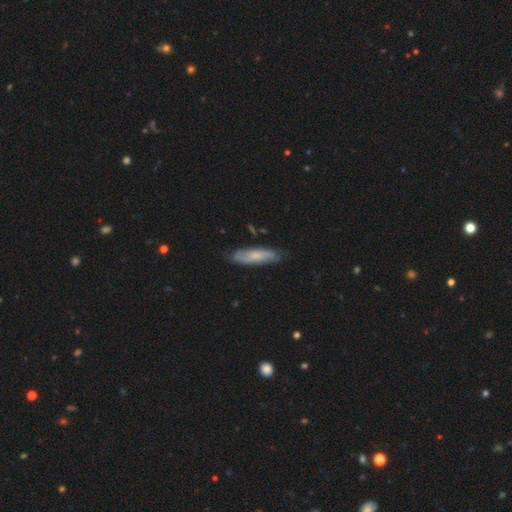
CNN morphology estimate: smooth-or-featured: smooth: 55% | featured or disk: 39% | star or artifact: 6%
  how-rounded: cigar-shaped: 66% | in between: 32% | round: 2%
  merging: none: 79% | minor disturbance: 16% | major disturbance: 3% | merger: 2%